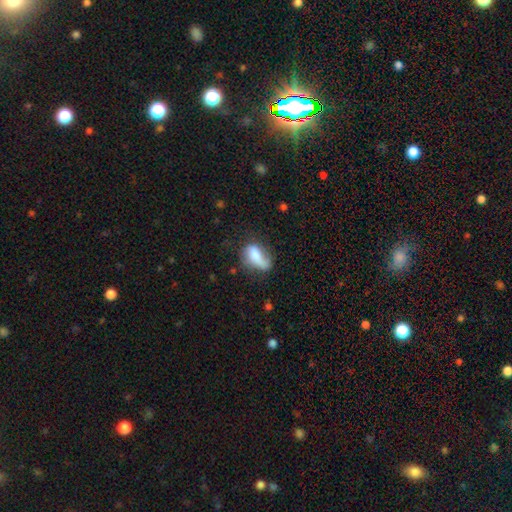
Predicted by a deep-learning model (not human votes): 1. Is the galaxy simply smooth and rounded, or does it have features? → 65% smooth, 27% featured or disk, 8% star or artifact.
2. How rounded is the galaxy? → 84% in between, 8% cigar-shaped, 8% round.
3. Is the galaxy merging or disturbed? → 38% none, 30% minor disturbance, 26% major disturbance, 7% merger.